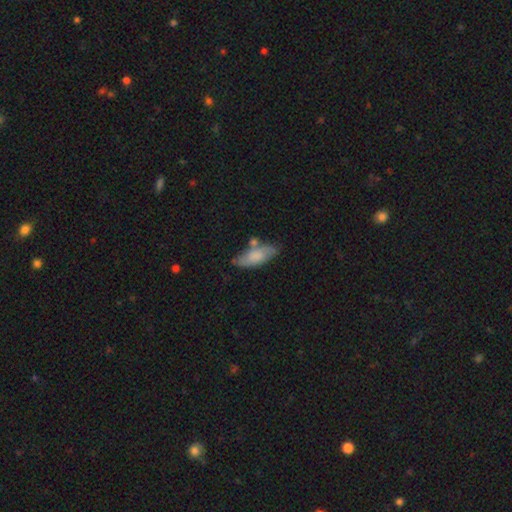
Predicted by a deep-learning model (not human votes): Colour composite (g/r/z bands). It shows a smooth galaxy with no disk features (70%) that is in between round and cigar-shaped (71%). Merging: none (62%).